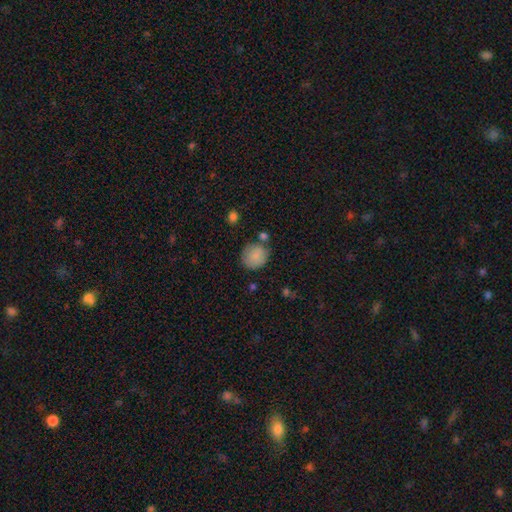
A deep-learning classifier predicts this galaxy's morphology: Overall: smooth (86%). How rounded: round (82%). Merging: none (69%).